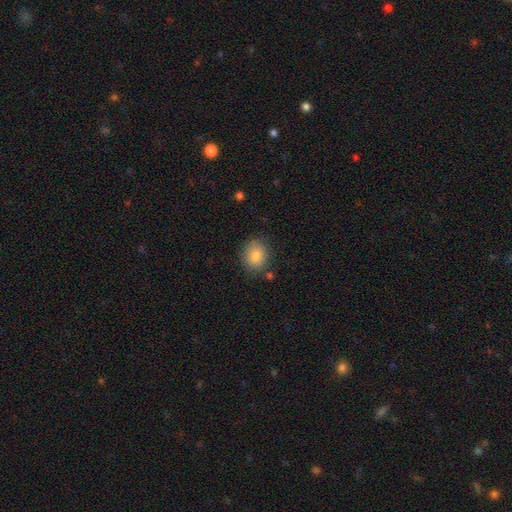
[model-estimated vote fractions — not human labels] smooth_or_featured: smooth (p=0.84) [alt: star or artifact p=0.09]
how_rounded: round (p=0.71) [alt: in between p=0.28]
merging: none (p=0.80) [alt: minor disturbance p=0.13]